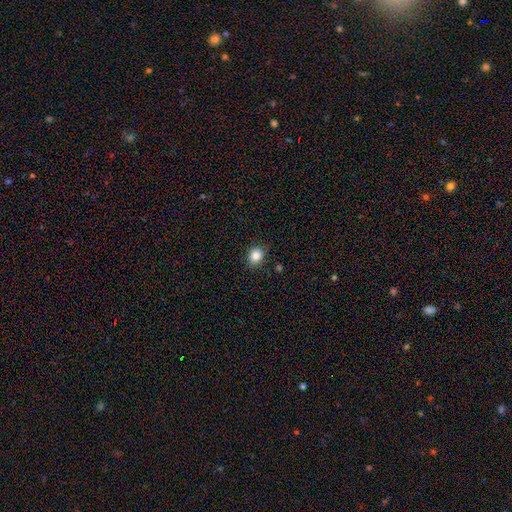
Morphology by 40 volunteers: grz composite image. It shows a smooth galaxy with no disk features (88%) that is round (54%). Merging: none (81%).